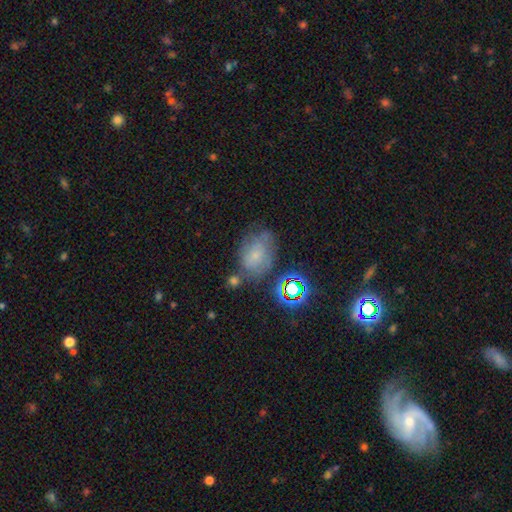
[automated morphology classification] Overall: smooth (46%; featured or disk 29%). Merging: none (48%; minor disturbance 26%).